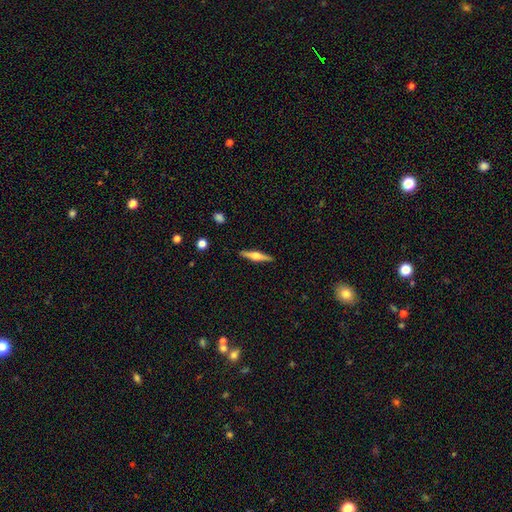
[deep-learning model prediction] Morphology: type=featured or disk (68%); edge-on=yes (98%); edge-on bulge=rounded (89%); merging=none (90%).